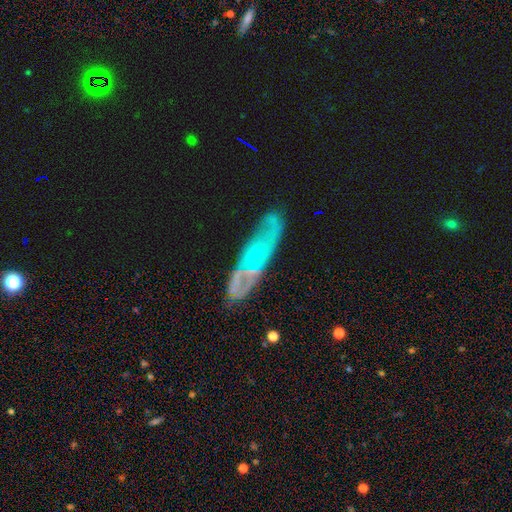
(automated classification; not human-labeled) Smooth or featured? Predicted: featured or disk (p=0.66). Edge-on disk? Predicted: no (p=0.71). Merging? Predicted: none (p=0.63).